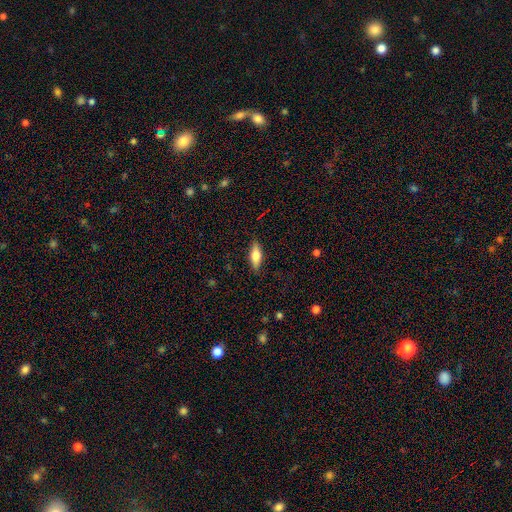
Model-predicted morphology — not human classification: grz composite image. It shows a smooth galaxy with no disk features (65%) that is in between round and cigar-shaped (61%). Merging: none (87%).